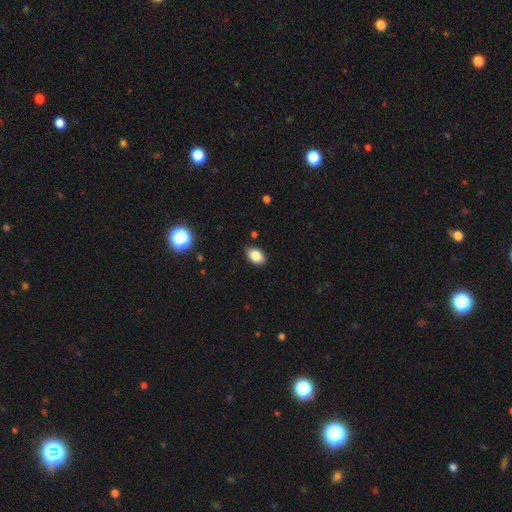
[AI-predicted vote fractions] The model was most divided on "how rounded": in between: 84%, round: 14%, cigar-shaped: 1%. More confident: smooth or featured — smooth (84%); merging — none (83%).